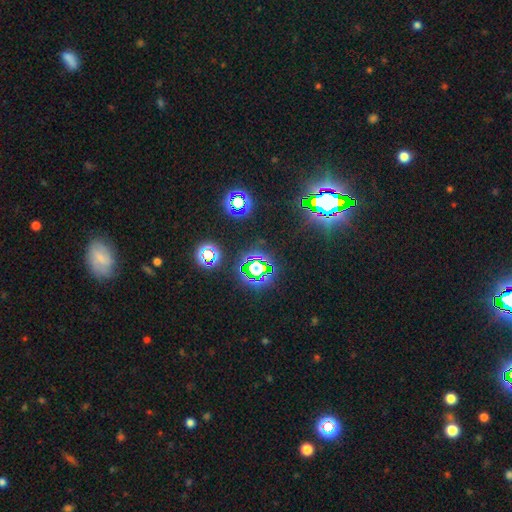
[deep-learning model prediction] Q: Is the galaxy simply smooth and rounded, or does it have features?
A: star or artifact — 79%.